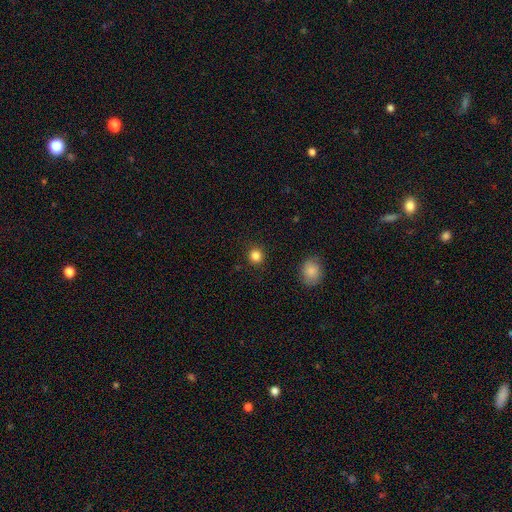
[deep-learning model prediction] Morphology: type=smooth (85%); roundness=round (92%); merging=none (91%).